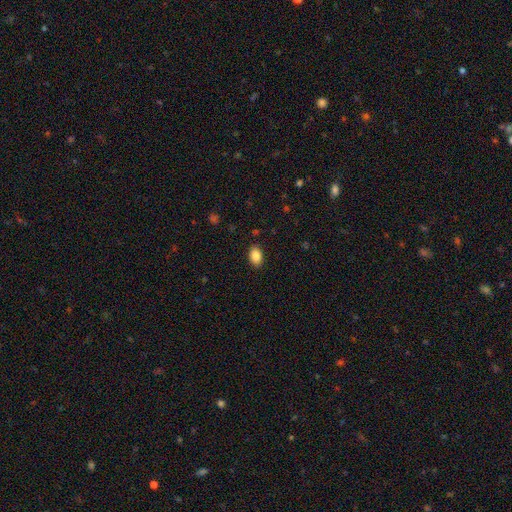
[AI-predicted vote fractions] Smooth or featured? Predicted: smooth (p=0.87). How rounded? Predicted: in between (p=0.88). Merging? Predicted: none (p=0.88).